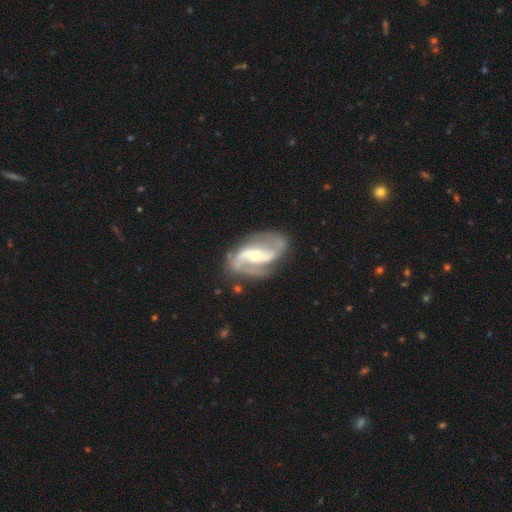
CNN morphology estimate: Q: Smooth or featured?
A: featured or disk (92%); runner-up: star or artifact (4%)
Q: Edge-on disk?
A: no (97%); runner-up: yes (3%)
Q: Bar?
A: strong (40%); runner-up: weak (37%)
Q: Spiral arms?
A: yes (98%); runner-up: no (2%)
Q: Spiral winding?
A: medium (50%); runner-up: loose (34%)
Q: Spiral arm count?
A: 2 (90%); runner-up: 3 (3%)
Q: Bulge size?
A: moderate (52%); runner-up: small (44%)
Q: Merging?
A: none (76%); runner-up: minor disturbance (16%)